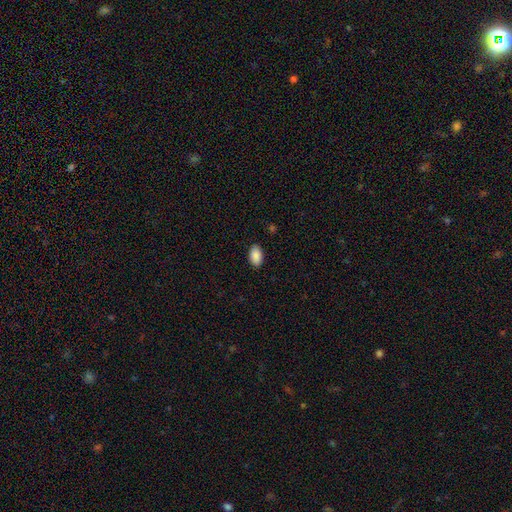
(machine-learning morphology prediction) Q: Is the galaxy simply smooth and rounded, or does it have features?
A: smooth — 90%.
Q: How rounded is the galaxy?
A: in between — 93%.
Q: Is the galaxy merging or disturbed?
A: none — 87%.